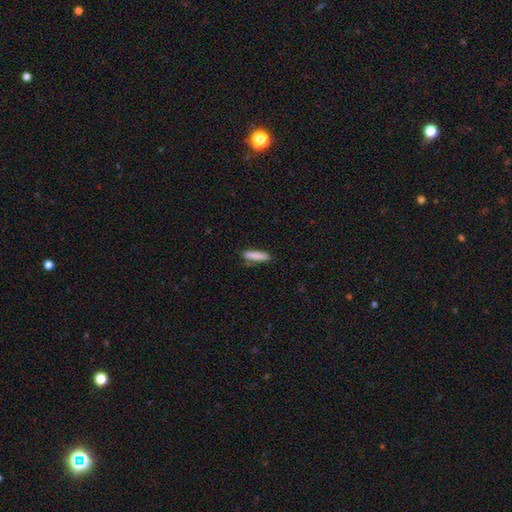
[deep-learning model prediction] Overall: smooth (86%). How rounded: cigar-shaped (81%). Merging: none (79%).